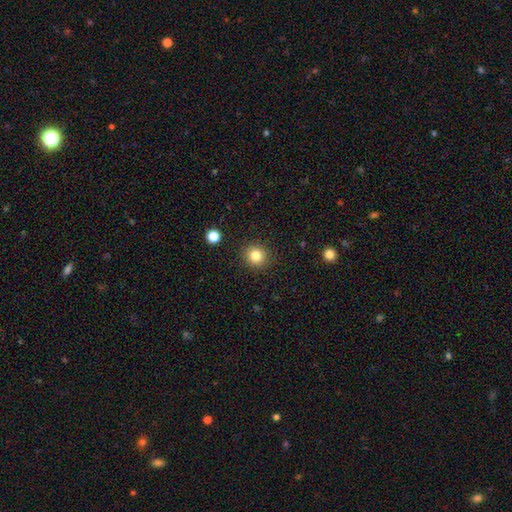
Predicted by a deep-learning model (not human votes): Smooth or featured: smooth — 82% (star or artifact — 12%)
How rounded: round — 90% (in between — 9%)
Merging: none — 90% (minor disturbance — 6%)